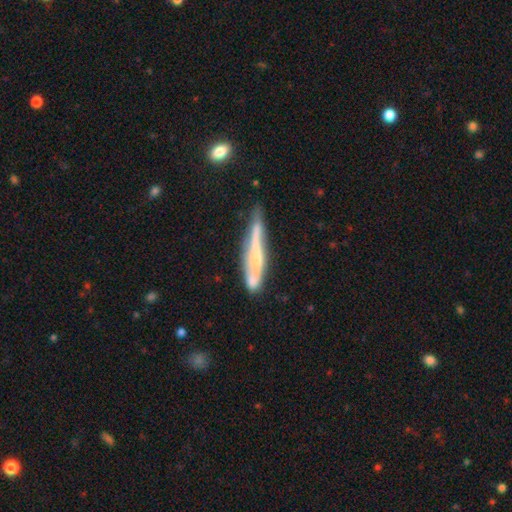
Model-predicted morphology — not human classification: A featured or disk galaxy (51%) viewed edge-on (75%). Merging: none (48%).